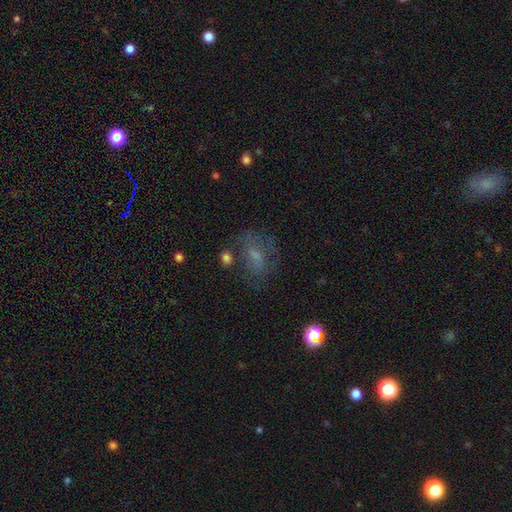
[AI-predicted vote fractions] Q: Smooth or featured?
A: smooth (43%); runner-up: featured or disk (38%)
Q: Merging?
A: none (56%); runner-up: minor disturbance (20%)